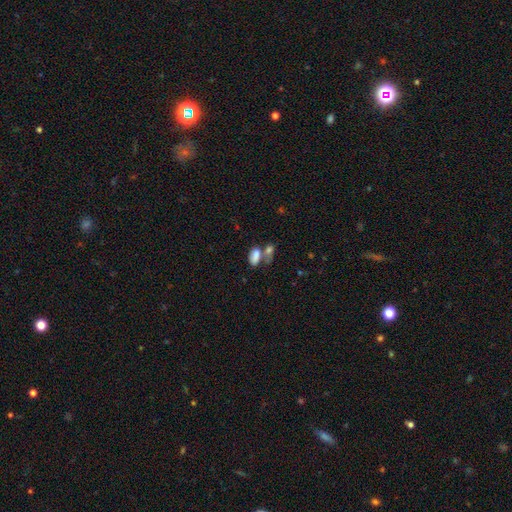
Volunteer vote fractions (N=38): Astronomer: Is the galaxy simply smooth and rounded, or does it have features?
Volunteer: smooth — 79%.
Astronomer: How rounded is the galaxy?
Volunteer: in between — 93%.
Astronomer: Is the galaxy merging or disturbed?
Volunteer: merger — 54%.